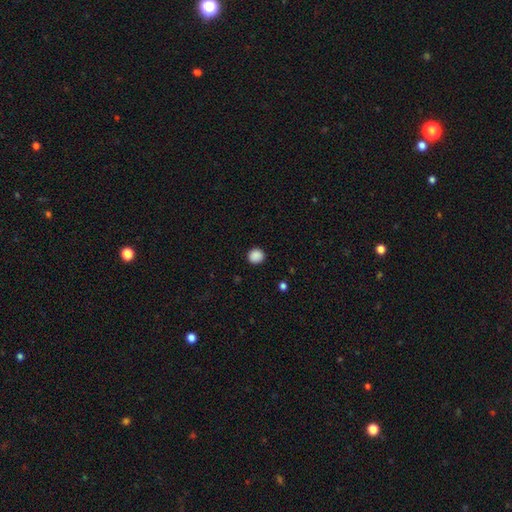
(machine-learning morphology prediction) smooth-or-featured: smooth: 88% | star or artifact: 10% | featured or disk: 2%
  how-rounded: round: 90% | in between: 9% | cigar-shaped: 1%
  merging: none: 91% | minor disturbance: 6% | major disturbance: 2% | merger: 1%